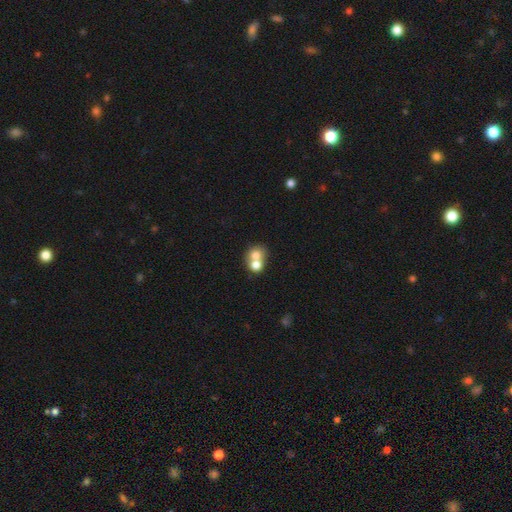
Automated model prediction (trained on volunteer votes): This is likely a smooth galaxy (71%). How rounded: likely round (67%). Merging: likely merger (68%).